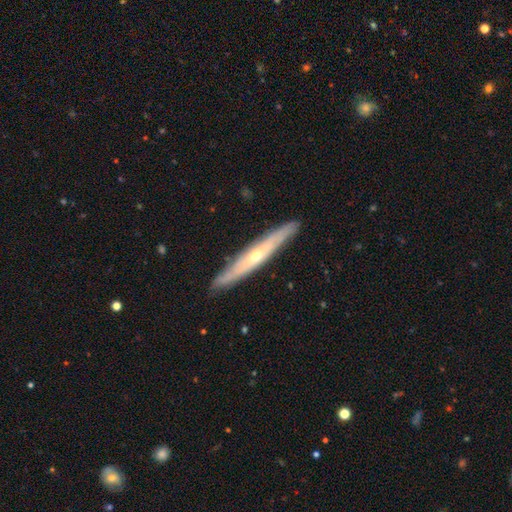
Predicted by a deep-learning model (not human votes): featured or disk 68%, smooth 27%, star or artifact 6%. Down the decision tree: edge-on disk — yes (86%); edge-on bulge — rounded (69%); merging — none (88%).